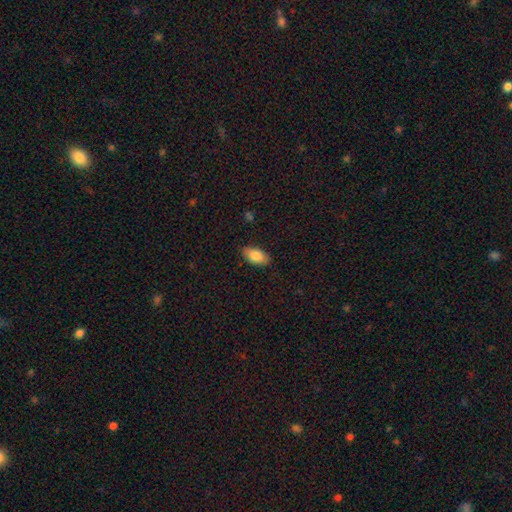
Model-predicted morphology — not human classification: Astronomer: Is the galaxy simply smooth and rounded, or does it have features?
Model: smooth — 83%.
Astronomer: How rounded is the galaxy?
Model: in between — 93%.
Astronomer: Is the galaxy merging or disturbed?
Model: none — 83%.